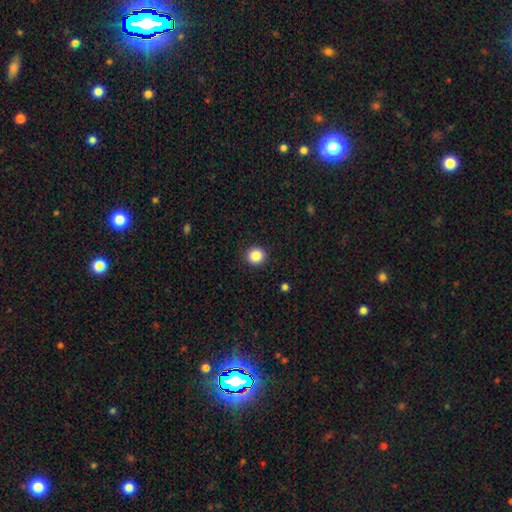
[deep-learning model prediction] Overall: smooth (87%). How rounded: round (88%). Merging: none (91%).